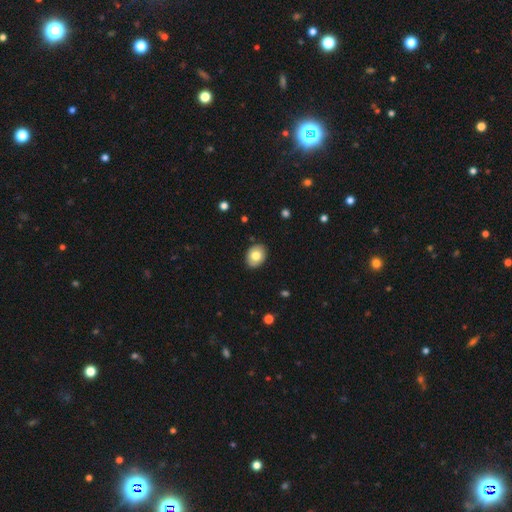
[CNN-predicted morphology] This is likely a smooth galaxy (77%). How rounded: likely in between (65%). Merging: clearly none (88%).